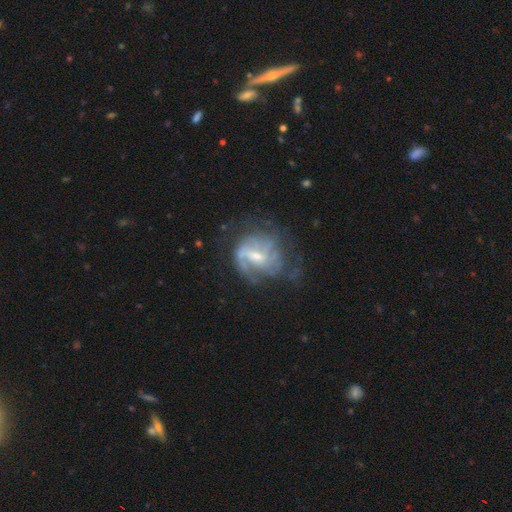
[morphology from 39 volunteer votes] This is clearly a featured or disk galaxy (85%). It is clearly not viewed edge-on (97%). Bar: likely weak (62%). Spiral arm pattern: clearly yes (88%). Spiral arm count: marginally 1 (43%). Spiral winding: possibly tight (57%). Central bulge: possibly moderate (56%). Merging: possibly none (49%).